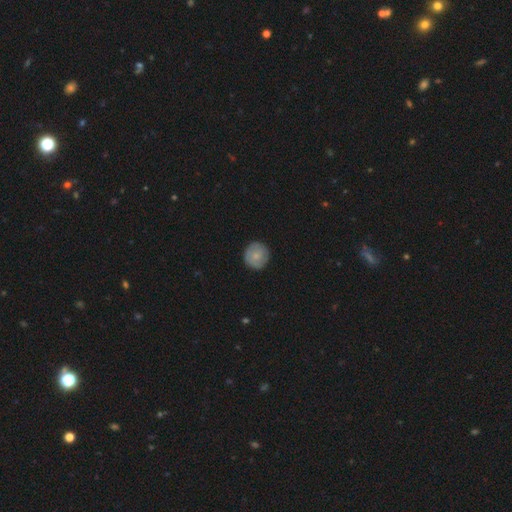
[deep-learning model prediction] This appears to be a smooth galaxy with no disk features (71%) that is round (93%). Merging: none (88%).